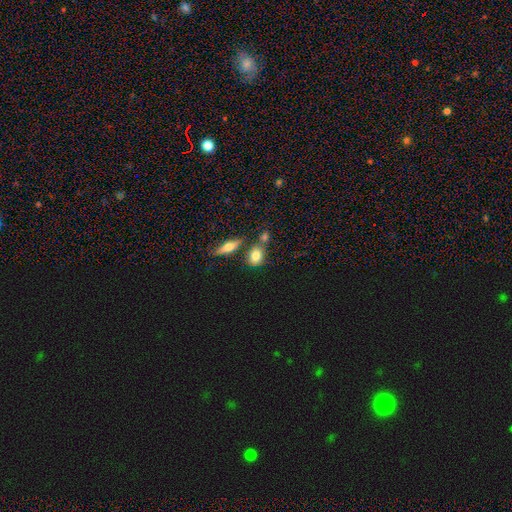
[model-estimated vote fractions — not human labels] The model was most divided on "how rounded": in between: 58%, round: 37%, cigar-shaped: 5%. More confident: smooth or featured — smooth (79%); merging — none (63%).